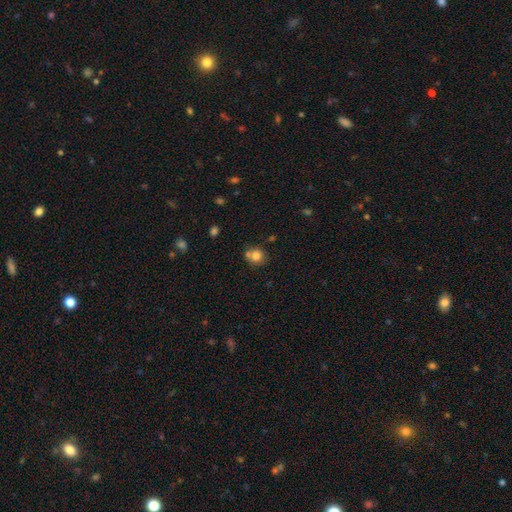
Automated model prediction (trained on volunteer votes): Morphology: type=smooth (79%); roundness=round (83%); merging=none (59%).